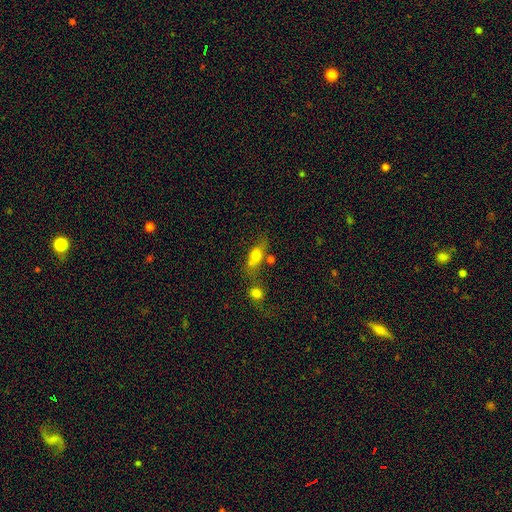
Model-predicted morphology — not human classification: Overall: smooth (68%). How rounded: in between (66%). Merging: none (49%; merger 24%).